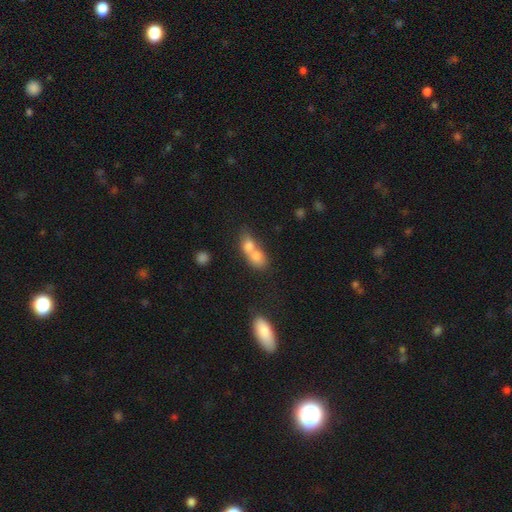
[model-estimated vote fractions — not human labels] smooth_or_featured: smooth (p=0.71) [alt: featured or disk p=0.19]
how_rounded: in between (p=0.59) [alt: round p=0.36]
merging: merger (p=0.76) [alt: none p=0.15]